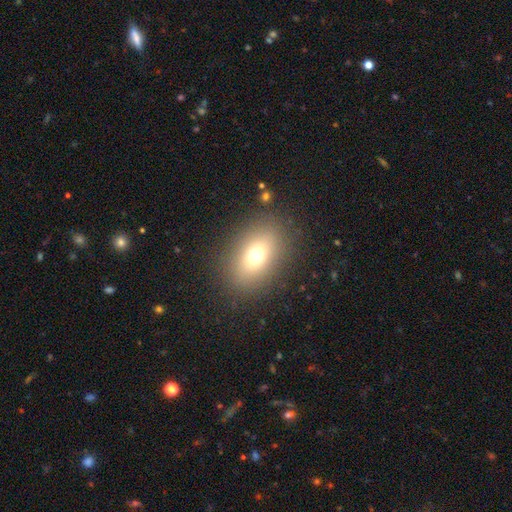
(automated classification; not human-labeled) Smooth or featured? smooth (69%)
How rounded? in between (74%)
Merging? none (85%)